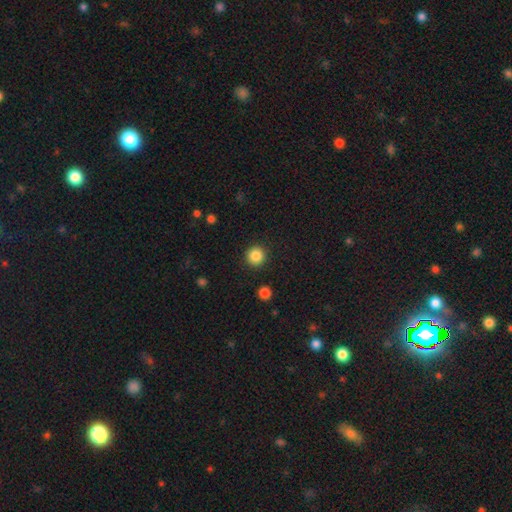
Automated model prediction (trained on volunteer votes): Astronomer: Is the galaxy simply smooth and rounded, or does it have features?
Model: smooth — 86%.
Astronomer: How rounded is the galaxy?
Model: round — 95%.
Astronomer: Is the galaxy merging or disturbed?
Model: none — 92%.